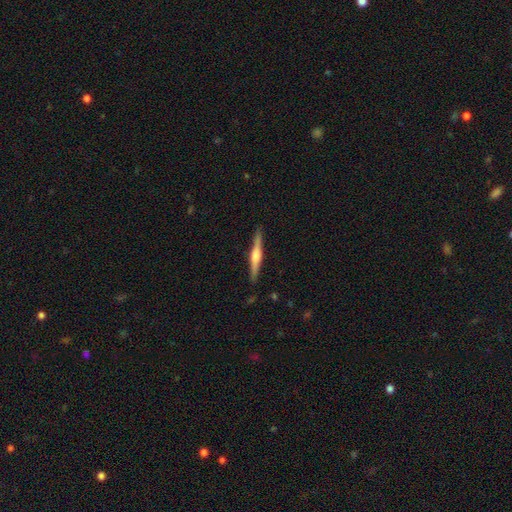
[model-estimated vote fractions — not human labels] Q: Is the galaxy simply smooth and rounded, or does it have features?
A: featured or disk — 70%.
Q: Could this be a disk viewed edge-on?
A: yes — 98%.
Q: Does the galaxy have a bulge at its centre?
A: rounded — 82%.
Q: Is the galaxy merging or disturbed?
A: none — 90%.